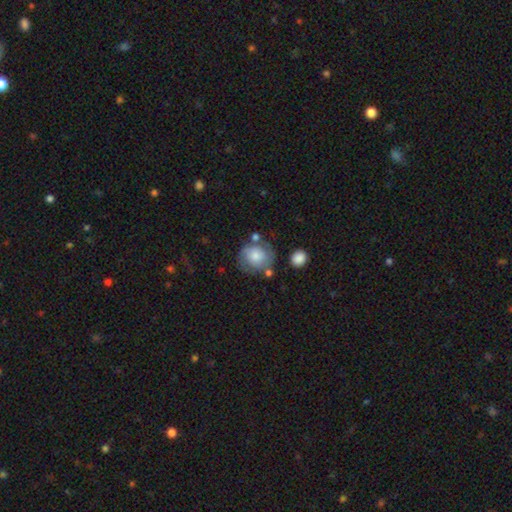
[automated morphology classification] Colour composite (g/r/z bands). It shows a smooth galaxy with no disk features (50%). Merging: none (61%).